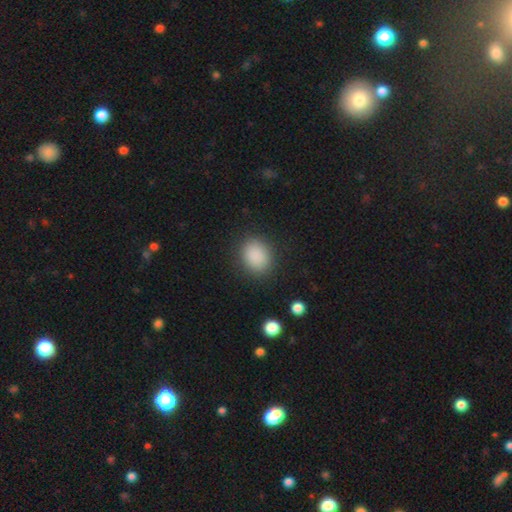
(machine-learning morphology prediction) The model was most divided on "how rounded": round: 61%, in between: 38%, cigar-shaped: 1%. More confident: smooth or featured — smooth (88%); merging — none (88%).